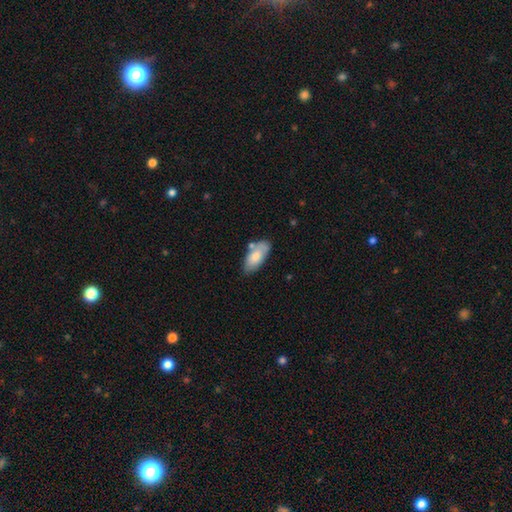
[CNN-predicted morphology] type=smooth (74%); roundness=in between (90%); merging=none (64%).